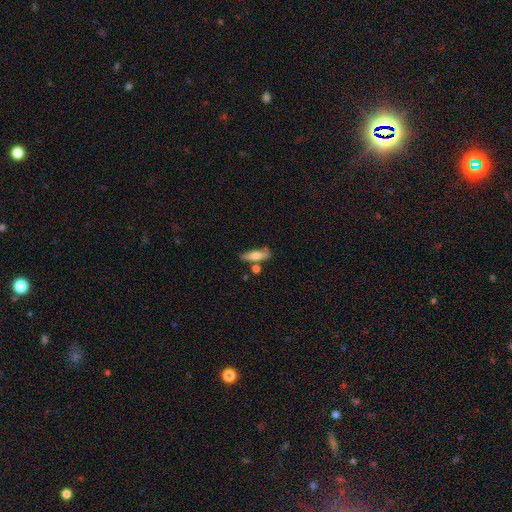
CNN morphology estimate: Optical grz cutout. It shows a smooth galaxy with no disk features (66%) that is cigar-shaped (63%). Merging: none (72%).